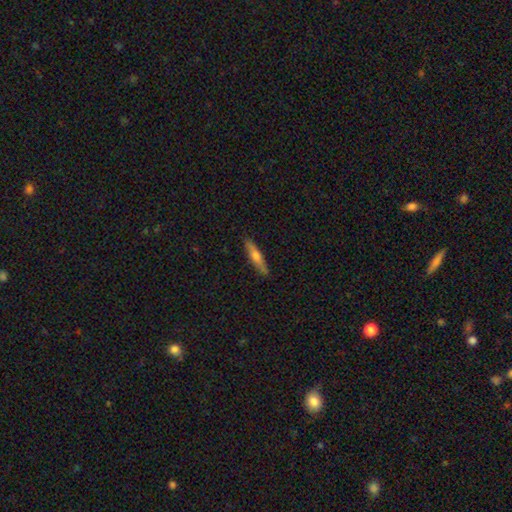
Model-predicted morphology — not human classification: This is possibly a smooth galaxy (57%). How rounded: clearly cigar-shaped (82%). Merging: clearly none (88%).